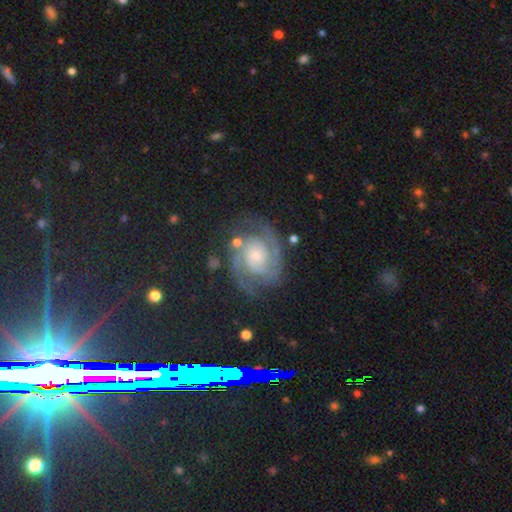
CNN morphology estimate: type=featured or disk (81%); edge-on=no (98%); bar=no (73%); spiral arms=yes (97%); winding=tight (59%); arm count=2 (67%); bulge=small (60%); merging=none (73%).